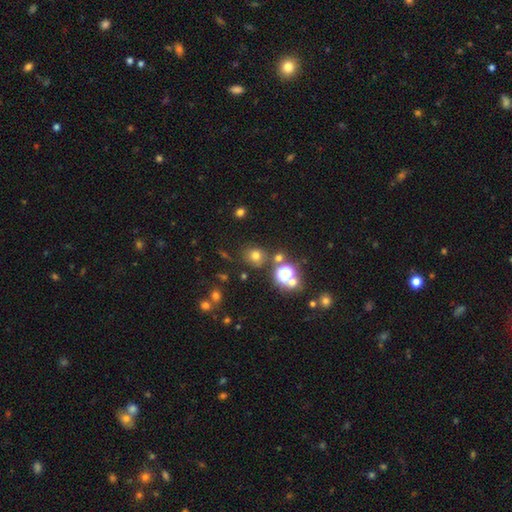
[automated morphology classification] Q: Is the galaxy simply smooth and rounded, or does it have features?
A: smooth — 66%.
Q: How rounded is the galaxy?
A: round — 83%.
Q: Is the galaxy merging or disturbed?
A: none — 77%.